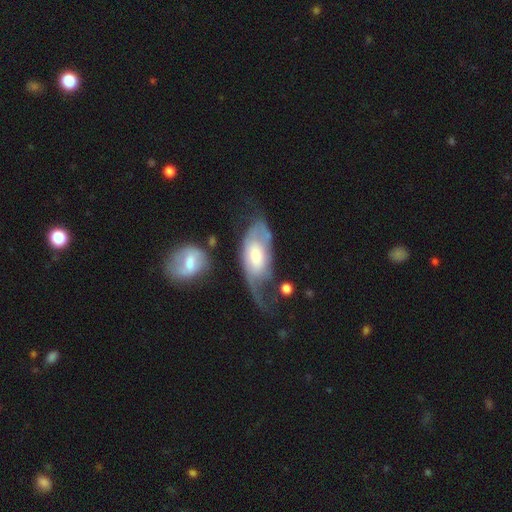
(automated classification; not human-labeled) Morphology: type=featured or disk (56%); edge-on=no (91%); bar=no (64%); spiral arms=yes (75%); bulge=moderate (44%); merging=major disturbance (42%).